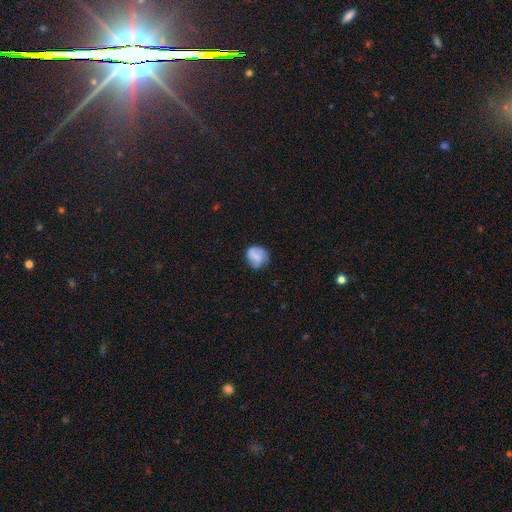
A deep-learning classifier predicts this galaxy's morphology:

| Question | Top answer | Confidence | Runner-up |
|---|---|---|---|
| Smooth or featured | smooth | 64% | featured or disk (27%) |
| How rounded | round | 80% | in between (19%) |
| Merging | none | 68% | minor disturbance (22%) |